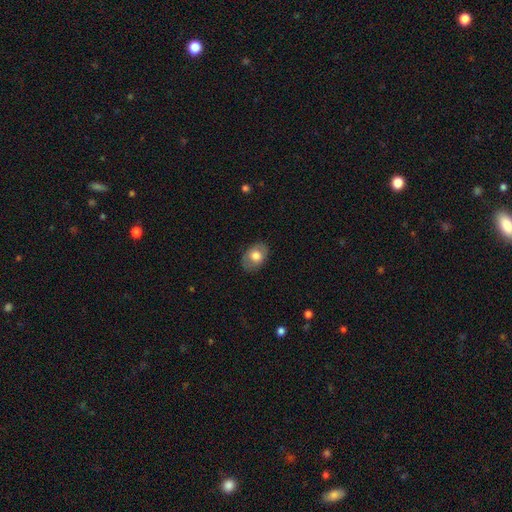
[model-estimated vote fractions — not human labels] This appears to be a smooth galaxy with no disk features (72%) that is in between round and cigar-shaped (79%). Merging: none (83%).